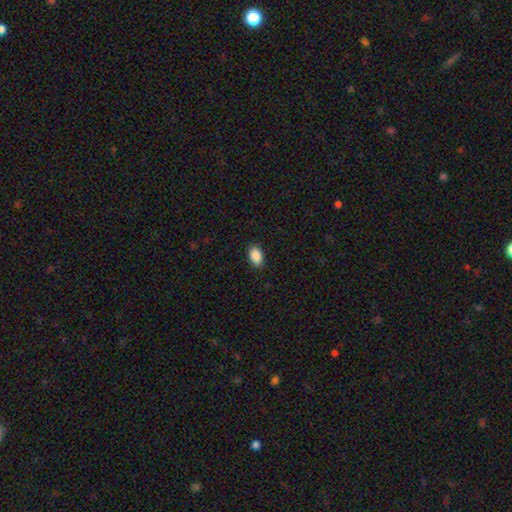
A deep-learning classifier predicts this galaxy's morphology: Smooth or featured? smooth (90%)
How rounded? in between (90%)
Merging? none (89%)